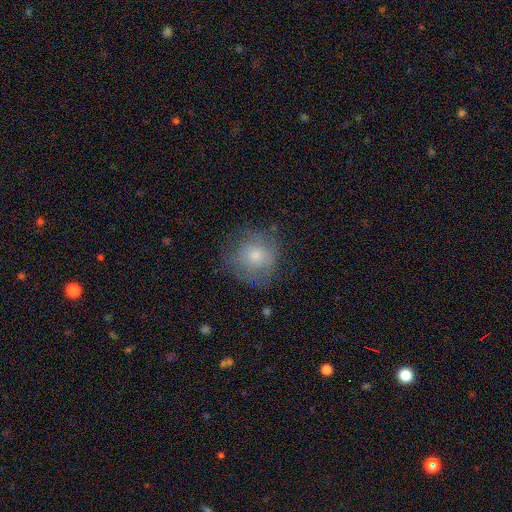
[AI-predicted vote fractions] Smooth or featured?
  - smooth: 71% *
  - featured or disk: 19%
  - star or artifact: 10%
How rounded?
  - round: 89% *
  - in between: 10%
  - cigar-shaped: 1%
Merging?
  - none: 69% *
  - minor disturbance: 19%
  - major disturbance: 11%
  - merger: 1%